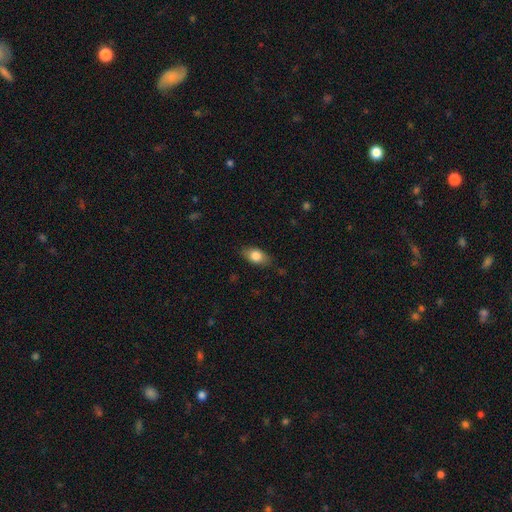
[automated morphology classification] Smooth or featured?
  - smooth: 79% *
  - featured or disk: 14%
  - star or artifact: 7%
How rounded?
  - in between: 85% *
  - round: 9%
  - cigar-shaped: 6%
Merging?
  - none: 81% *
  - minor disturbance: 15%
  - major disturbance: 3%
  - merger: 1%